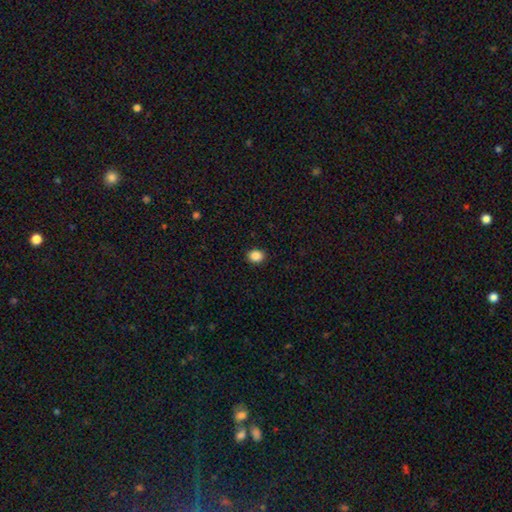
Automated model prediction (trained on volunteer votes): Smooth or featured: smooth — 87% (star or artifact — 10%)
How rounded: round — 58% (in between — 41%)
Merging: none — 91% (minor disturbance — 6%)